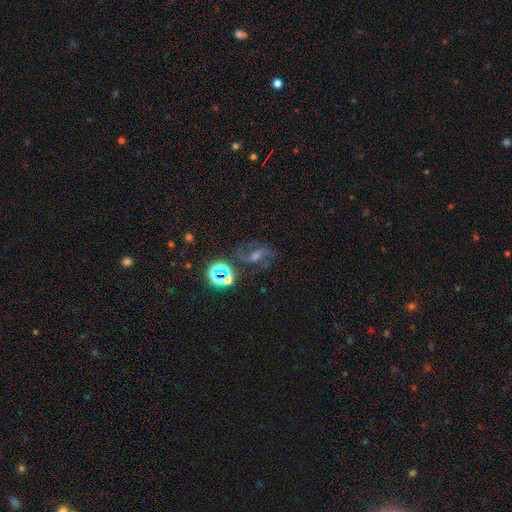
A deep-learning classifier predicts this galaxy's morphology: This appears to be a featured or disk galaxy (59%) with a weak bar (48%), 2 (84%) medium (50%) spiral arms (90%) and a moderate central bulge (45%). Merging: none (70%).